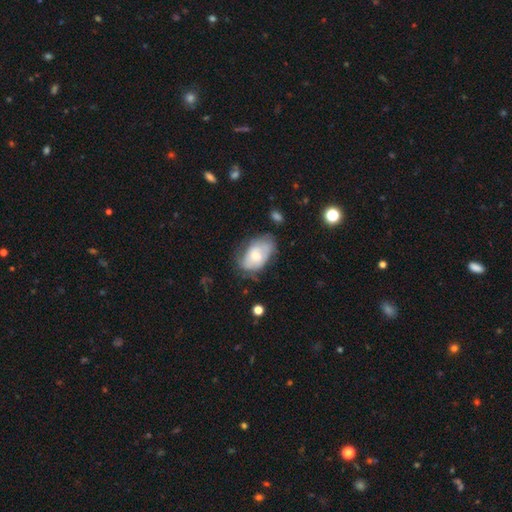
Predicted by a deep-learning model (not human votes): Smooth or featured? Predicted: smooth (p=0.51). How rounded? Predicted: in between (p=0.89). Merging? Predicted: none (p=0.50).